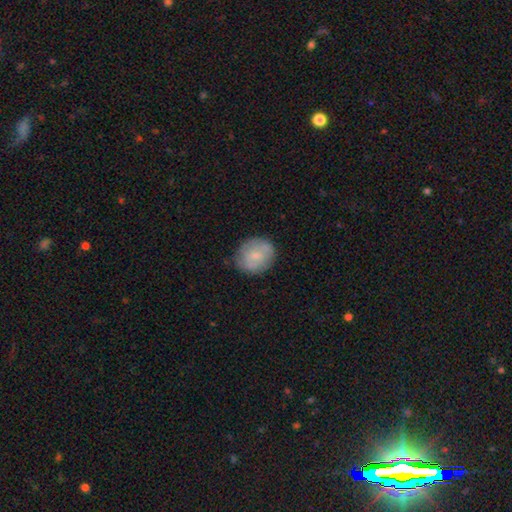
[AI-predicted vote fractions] smooth 69%, featured or disk 24%, star or artifact 7%. Down the decision tree: how rounded — round (72%); merging — none (78%).